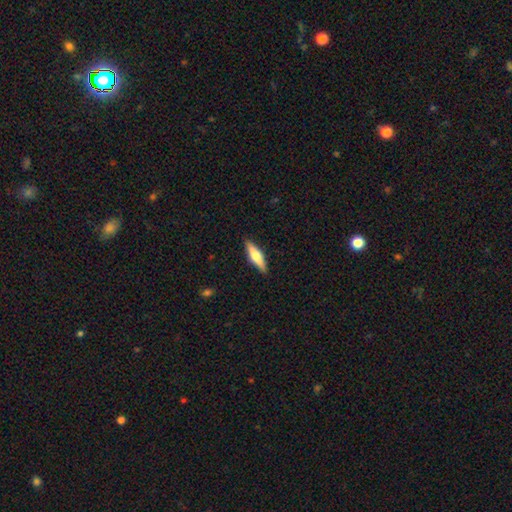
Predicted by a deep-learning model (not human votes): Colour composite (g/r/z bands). It shows a smooth galaxy with no disk features (52%) that is cigar-shaped (70%). Merging: none (90%).